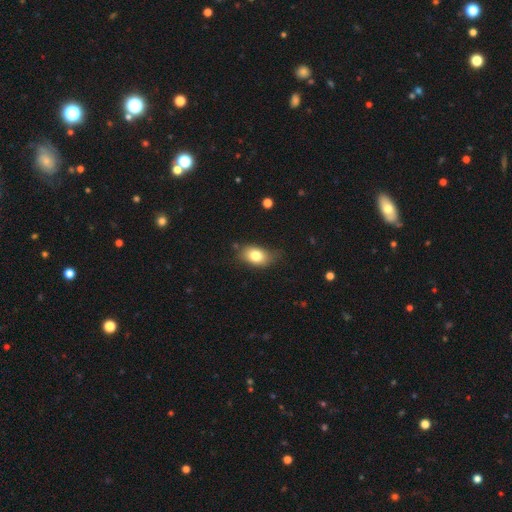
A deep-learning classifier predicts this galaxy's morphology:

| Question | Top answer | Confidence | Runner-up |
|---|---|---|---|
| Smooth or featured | smooth | 79% | featured or disk (12%) |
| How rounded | in between | 84% | round (14%) |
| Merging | none | 69% | minor disturbance (24%) |